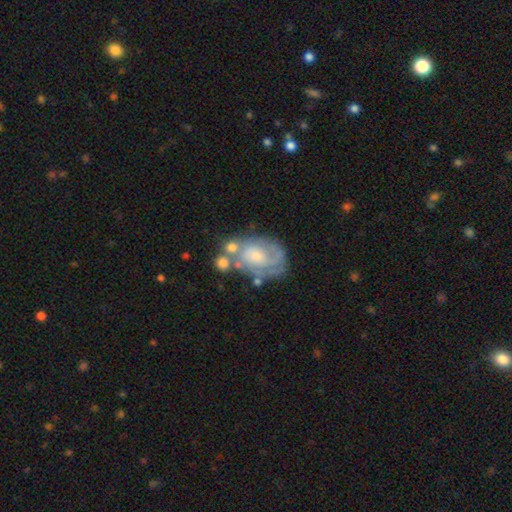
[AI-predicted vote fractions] This appears to be a featured or disk galaxy (69%) with no bar (72%), spiral arms (74%) and a small central bulge (47%). Merging: none (47%).